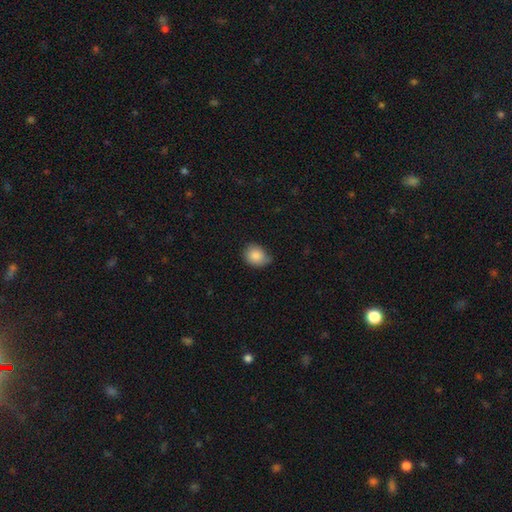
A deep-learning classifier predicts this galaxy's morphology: Smooth or featured: smooth — 85% (star or artifact — 9%)
How rounded: round — 62% (in between — 37%)
Merging: none — 57% (minor disturbance — 35%)